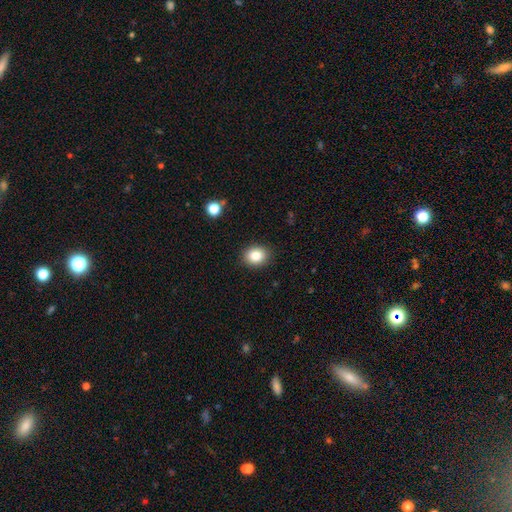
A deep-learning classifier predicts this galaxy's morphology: A smooth galaxy with no disk features (84%) that is round (58%).

Vote fractions:
- Smooth or featured? smooth: 84% / star or artifact: 10% / featured or disk: 6%
- How rounded? round: 58% / in between: 42% / cigar-shaped: 1%
- Merging? none: 89% / minor disturbance: 8% / major disturbance: 2% / merger: 1%